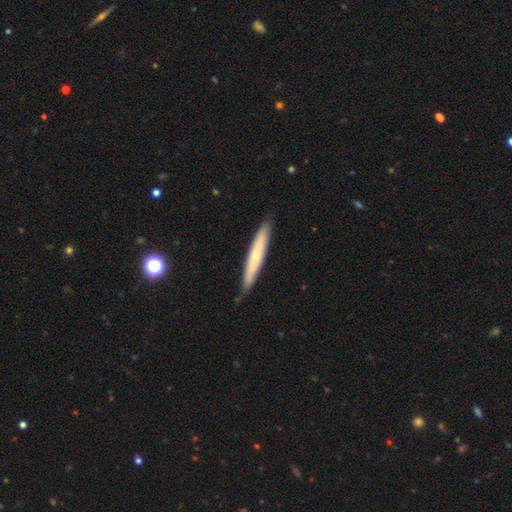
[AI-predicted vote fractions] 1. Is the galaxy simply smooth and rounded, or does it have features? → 53% smooth, 42% featured or disk, 6% star or artifact.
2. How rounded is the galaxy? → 94% cigar-shaped, 4% in between, 1% round.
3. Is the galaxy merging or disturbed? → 88% none, 10% minor disturbance, 2% major disturbance, 1% merger.